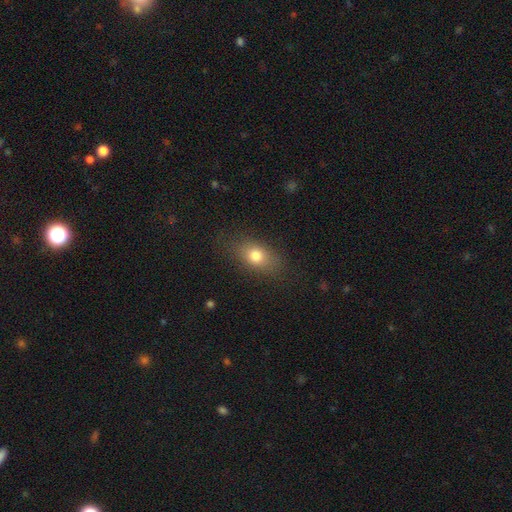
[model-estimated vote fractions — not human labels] Q: Smooth or featured?
A: smooth (77%); runner-up: featured or disk (13%)
Q: How rounded?
A: in between (75%); runner-up: round (21%)
Q: Merging?
A: none (81%); runner-up: minor disturbance (13%)